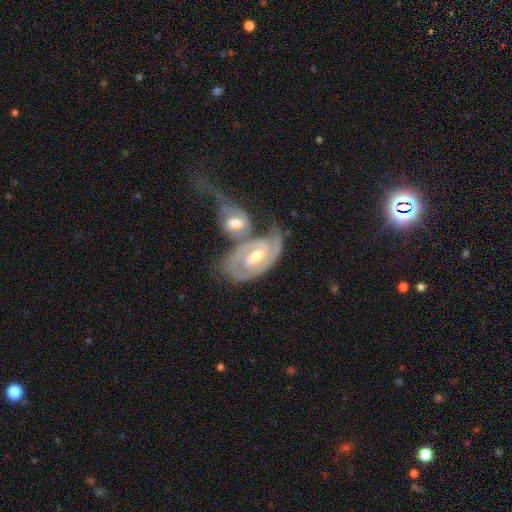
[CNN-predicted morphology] smooth_or_featured: featured or disk (p=0.86) [alt: smooth p=0.09]
disk_edge_on: no (p=0.95) [alt: yes p=0.05]
bar: weak (p=0.46) [alt: no p=0.29]
has_spiral_arms: yes (p=0.93) [alt: no p=0.07]
spiral_winding: tight (p=0.63) [alt: medium p=0.28]
spiral_arm_count: 2 (p=0.68) [alt: can't tell p=0.16]
bulge_size: moderate (p=0.70) [alt: small p=0.24]
merging: merger (p=0.52) [alt: none p=0.27]